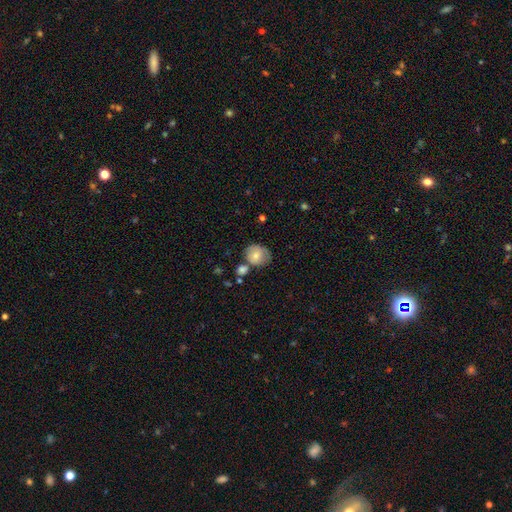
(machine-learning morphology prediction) This appears to be a smooth galaxy with no disk features (71%) that is round (71%). Merging: none (50%).